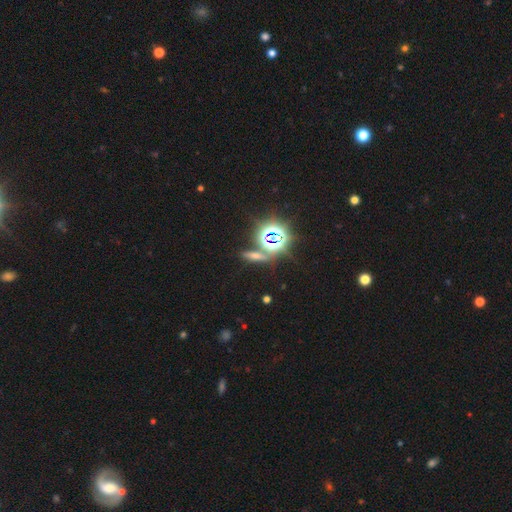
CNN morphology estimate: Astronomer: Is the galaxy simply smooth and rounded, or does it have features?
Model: star or artifact — 48% (runner-up: smooth, 32%).